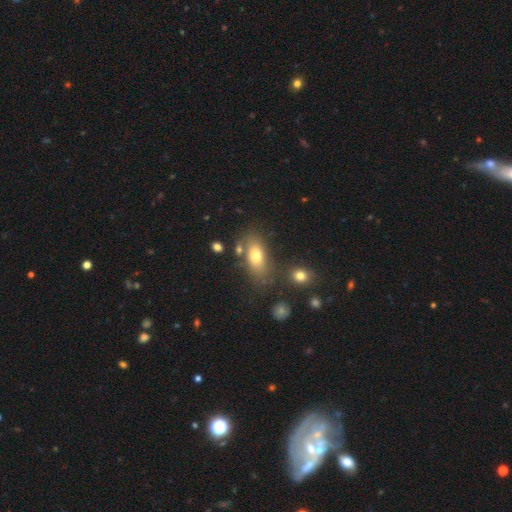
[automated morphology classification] The model was most divided on "merging": none: 64%, minor disturbance: 16%, merger: 12%, major disturbance: 7%. More confident: how rounded — in between (84%); smooth or featured — smooth (72%).